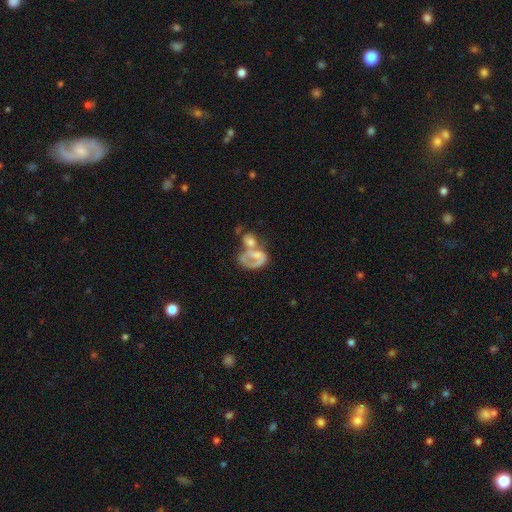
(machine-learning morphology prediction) This appears to be a featured or disk galaxy (63%) with no bar (56%), spiral arms (62%) and no central bulge (36%). Merging: merger (59%).